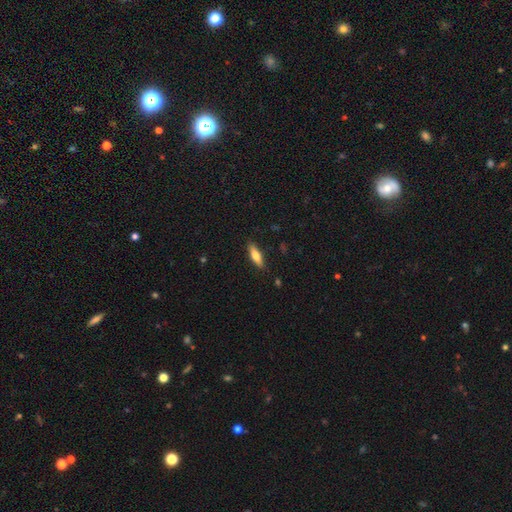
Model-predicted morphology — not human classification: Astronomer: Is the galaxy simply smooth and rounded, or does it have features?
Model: smooth — 69%.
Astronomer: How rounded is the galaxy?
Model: cigar-shaped — 56% (runner-up: in between, 42%).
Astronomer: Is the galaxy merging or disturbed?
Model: none — 86%.